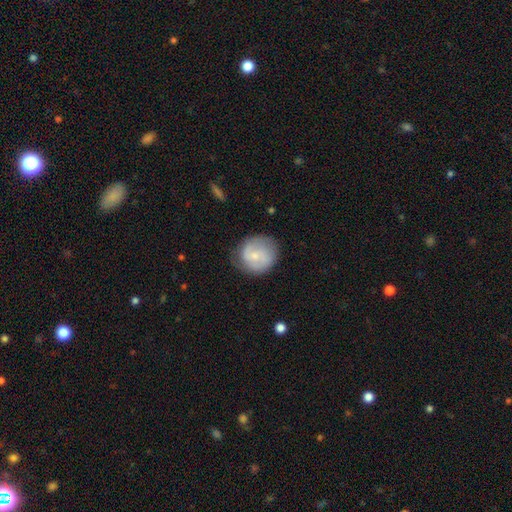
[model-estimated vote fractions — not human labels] A smooth galaxy with no disk features (48%). Merging: none (71%).